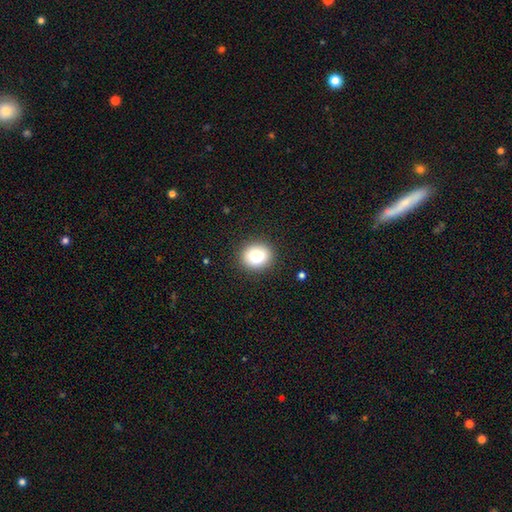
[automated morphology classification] smooth-or-featured: smooth: 85% | star or artifact: 9% | featured or disk: 6%
  how-rounded: round: 68% | in between: 31% | cigar-shaped: 1%
  merging: none: 88% | minor disturbance: 8% | major disturbance: 3% | merger: 1%